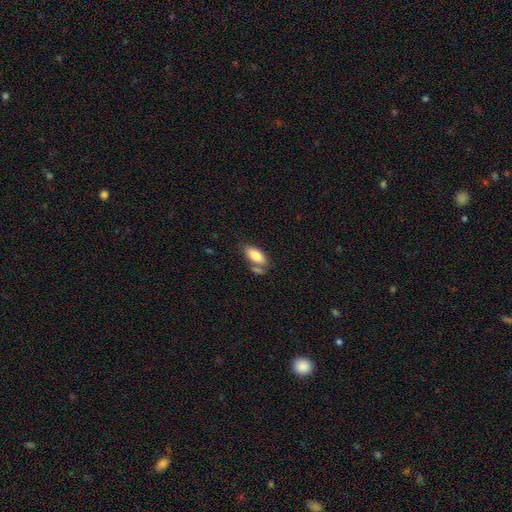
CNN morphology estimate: This is clearly a smooth galaxy (82%). How rounded: clearly in between (85%). Merging: possibly none (58%).